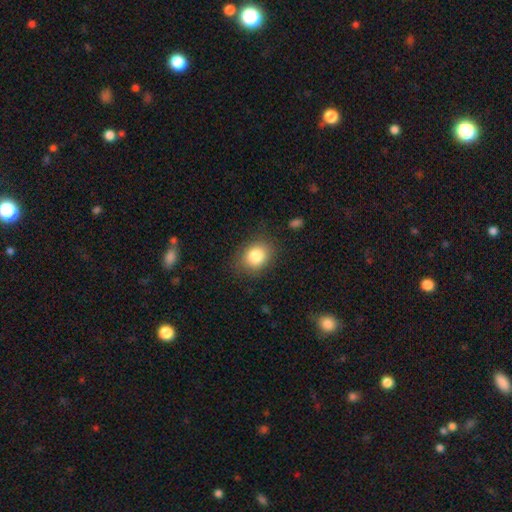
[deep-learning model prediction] Morphology: type=smooth (82%); roundness=round (55%); merging=none (82%).